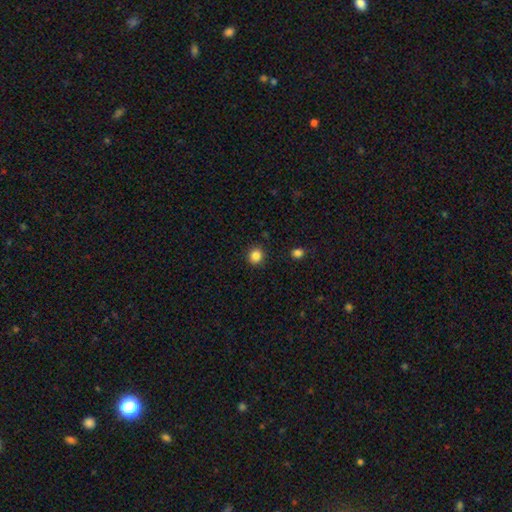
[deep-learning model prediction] This is clearly a smooth galaxy (85%). How rounded: clearly round (89%). Merging: clearly none (91%).